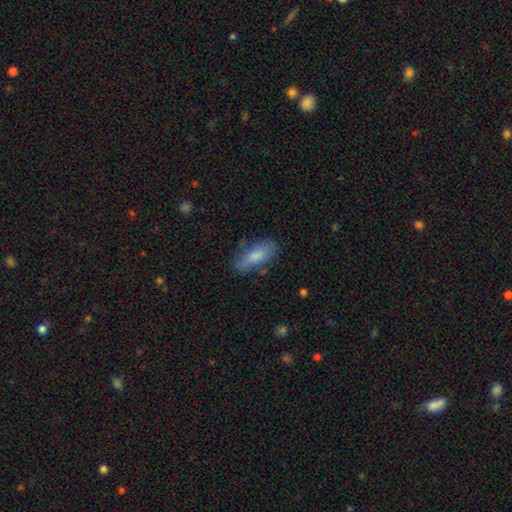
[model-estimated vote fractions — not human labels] Smooth or featured? smooth (77%)
How rounded? in between (70%)
Merging? none (74%)